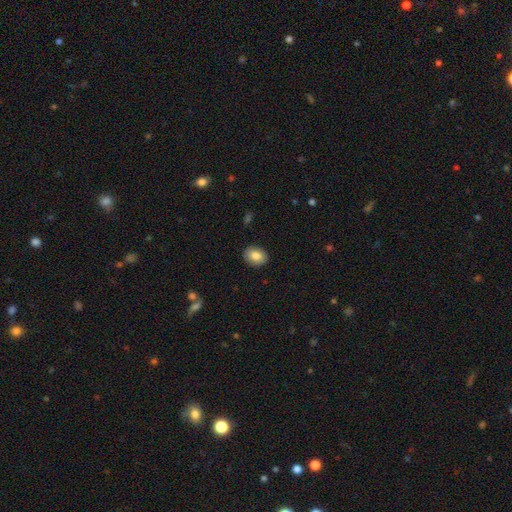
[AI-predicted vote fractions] The model was most divided on "how rounded": in between: 63%, round: 36%, cigar-shaped: 1%. More confident: merging — none (90%); smooth or featured — smooth (83%).